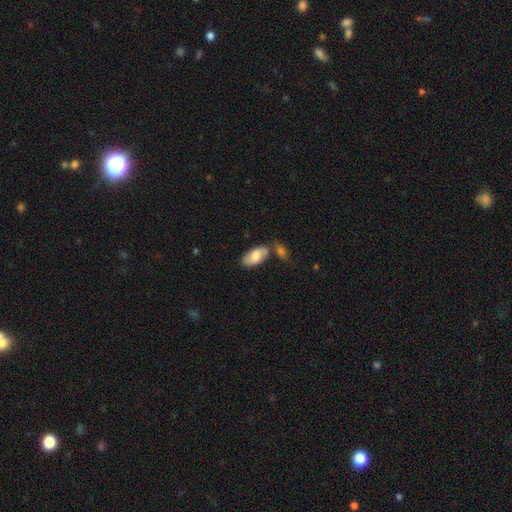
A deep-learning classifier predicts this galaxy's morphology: The model was most divided on "smooth or featured": smooth: 64%, featured or disk: 30%, star or artifact: 6%. More confident: how rounded — in between (93%); merging — none (58%).